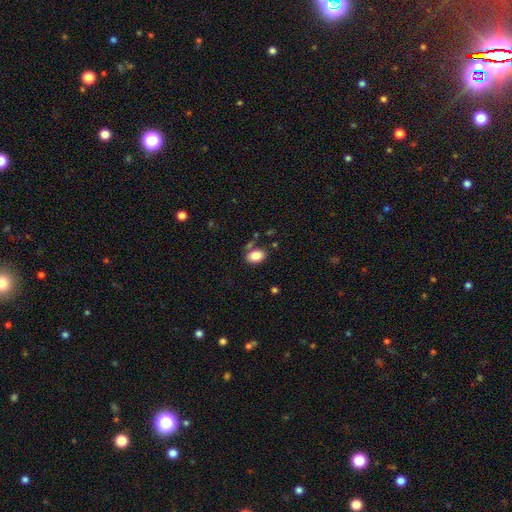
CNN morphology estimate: The model was most divided on "merging": none: 69%, minor disturbance: 15%, merger: 11%, major disturbance: 5%. More confident: how rounded — in between (85%); smooth or featured — smooth (85%).